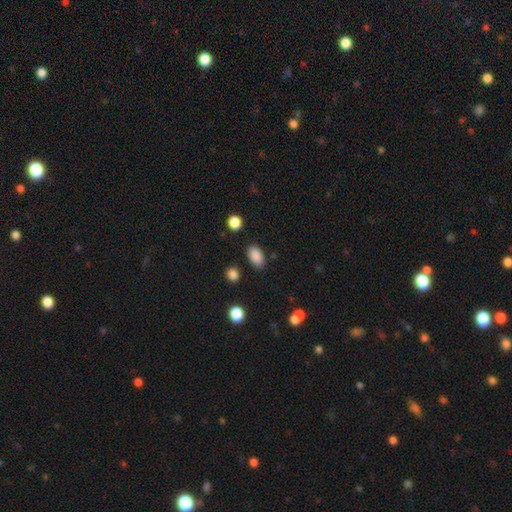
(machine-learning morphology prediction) Smooth or featured: smooth — 87% (star or artifact — 9%)
How rounded: in between — 90% (round — 8%)
Merging: none — 84% (minor disturbance — 10%)